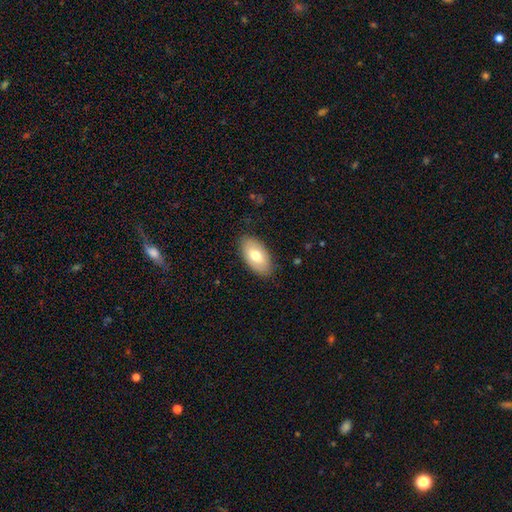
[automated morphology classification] This appears to be a smooth galaxy with no disk features (72%) that is in between round and cigar-shaped (94%). Merging: none (84%).